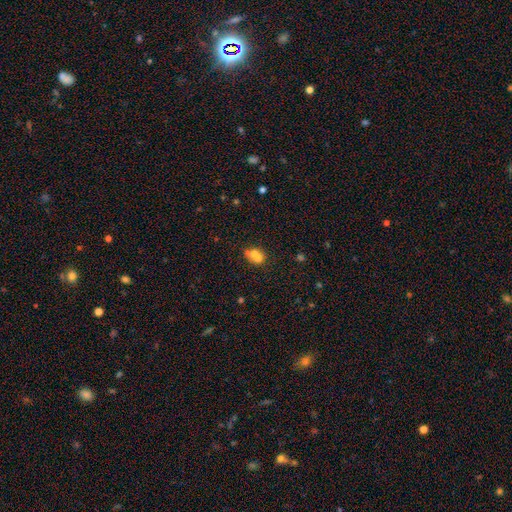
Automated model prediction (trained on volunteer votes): Smooth or featured? Predicted: smooth (p=0.64). How rounded? Predicted: round (p=0.59). Merging? Predicted: merger (p=0.62).